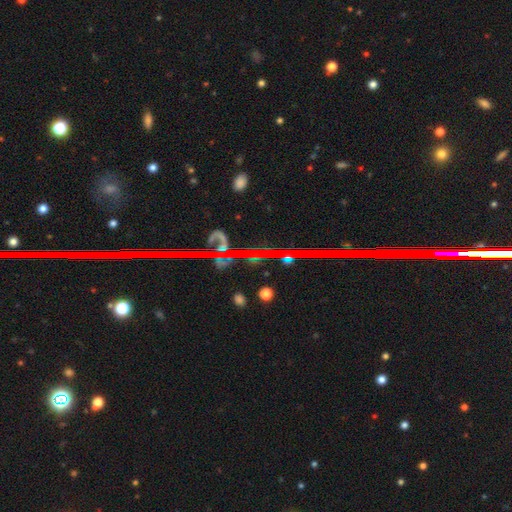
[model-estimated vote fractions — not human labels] Smooth or featured? star or artifact (63%)